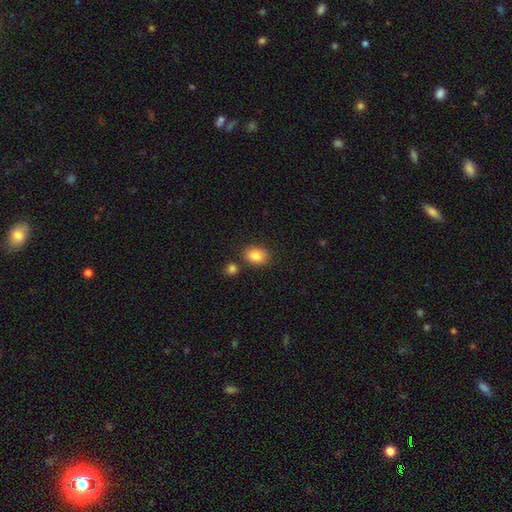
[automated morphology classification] A smooth galaxy with no disk features (85%) that is in between round and cigar-shaped (68%).

Vote fractions:
- Smooth or featured? smooth: 85% / star or artifact: 8% / featured or disk: 6%
- How rounded? in between: 68% / round: 30% / cigar-shaped: 1%
- Merging? none: 79% / minor disturbance: 10% / merger: 8% / major disturbance: 3%